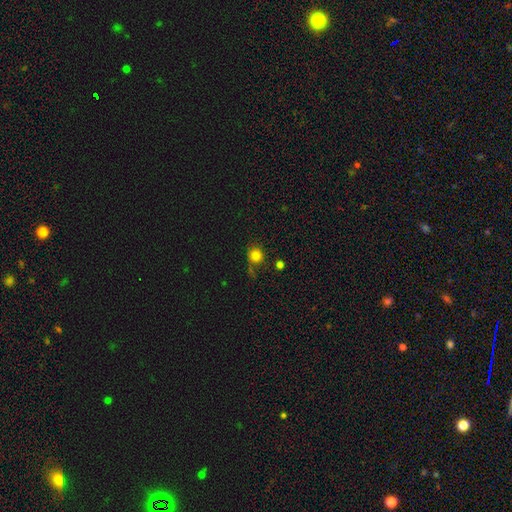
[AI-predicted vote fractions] Overall: smooth (79%). How rounded: round (87%). Merging: none (65%).